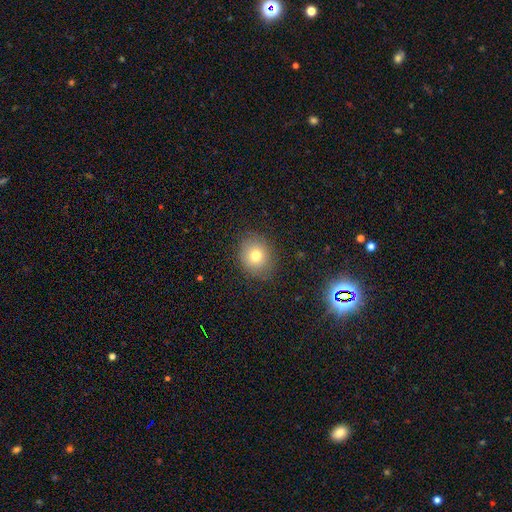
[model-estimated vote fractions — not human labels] Smooth or featured? smooth (75%)
How rounded? round (70%)
Merging? none (85%)